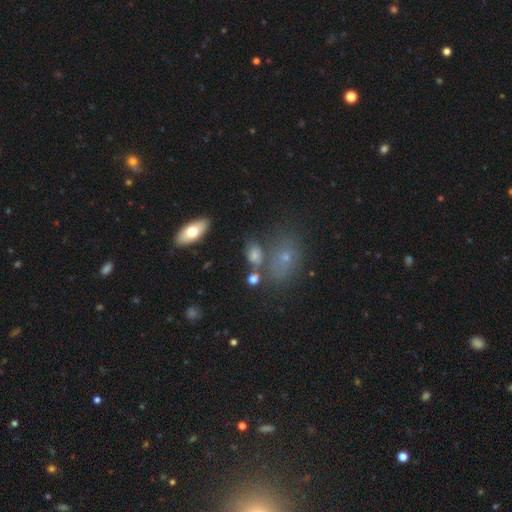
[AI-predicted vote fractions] Morphology: type=smooth (59%); roundness=in between (71%); merging=none (60%).